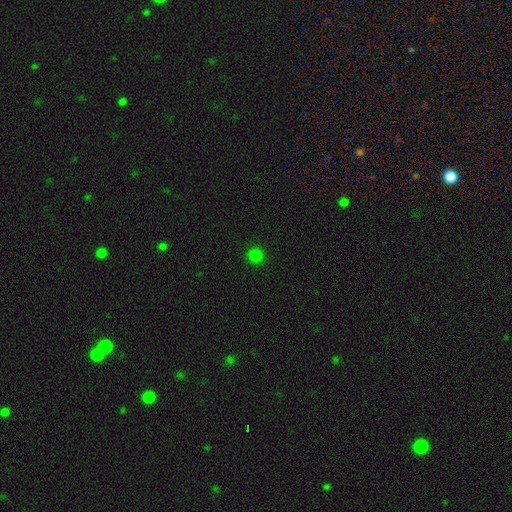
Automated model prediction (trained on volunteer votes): Smooth or featured: smooth — 80% (star or artifact — 17%)
How rounded: round — 94% (in between — 5%)
Merging: none — 92% (minor disturbance — 5%)